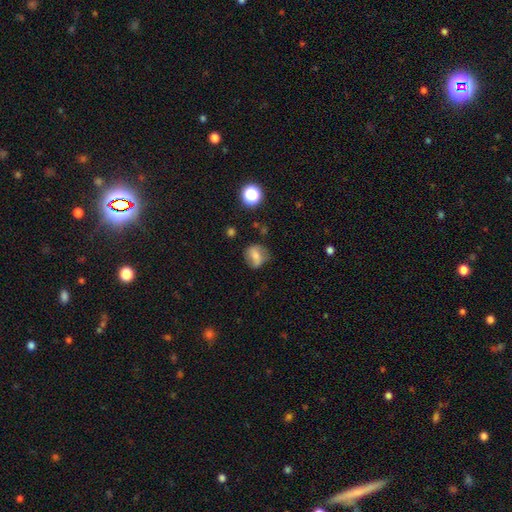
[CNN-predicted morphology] Smooth or featured? smooth (58%)
How rounded? round (62%)
Merging? none (64%)